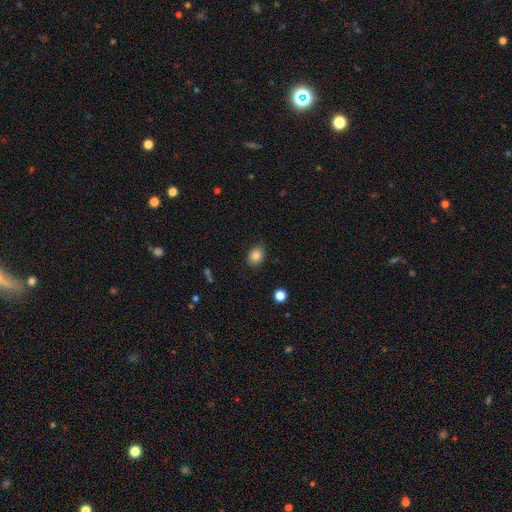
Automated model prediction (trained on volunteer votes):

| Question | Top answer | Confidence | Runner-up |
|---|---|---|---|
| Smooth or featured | smooth | 85% | star or artifact (9%) |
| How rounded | in between | 72% | round (27%) |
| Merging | none | 78% | minor disturbance (17%) |